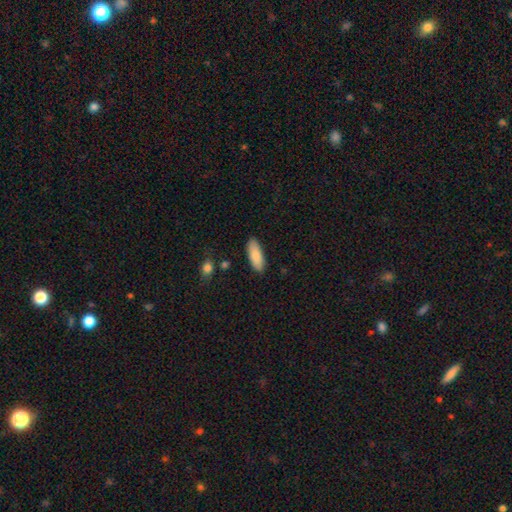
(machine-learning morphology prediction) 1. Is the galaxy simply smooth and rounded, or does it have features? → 86% smooth, 8% featured or disk, 6% star or artifact.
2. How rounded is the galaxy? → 74% in between, 24% cigar-shaped, 2% round.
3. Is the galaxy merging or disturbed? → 87% none, 9% minor disturbance, 2% major disturbance, 2% merger.